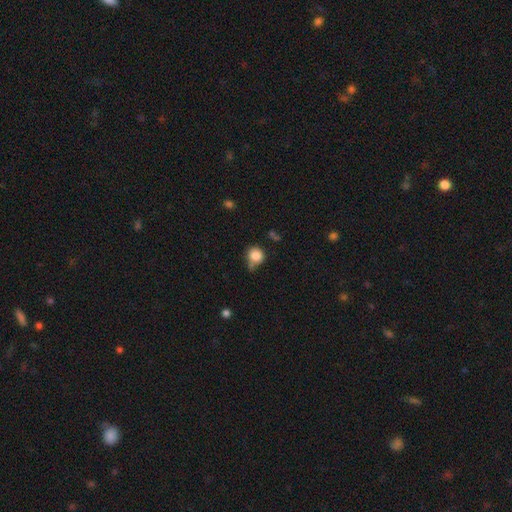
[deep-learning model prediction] Morphology: type=smooth (83%); roundness=round (83%); merging=none (54%).